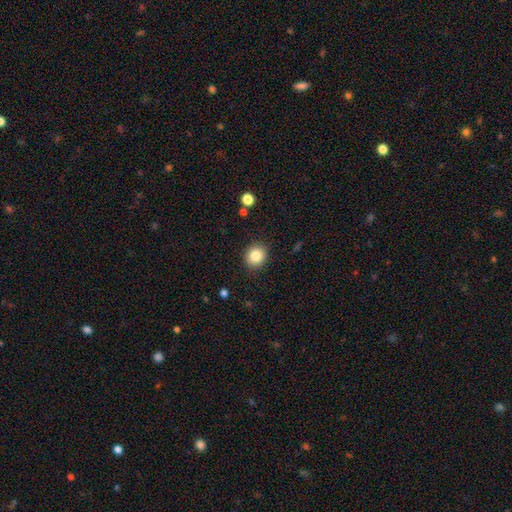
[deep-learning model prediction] smooth_or_featured: smooth (p=0.84) [alt: star or artifact p=0.10]
how_rounded: round (p=0.77) [alt: in between p=0.22]
merging: none (p=0.89) [alt: minor disturbance p=0.07]